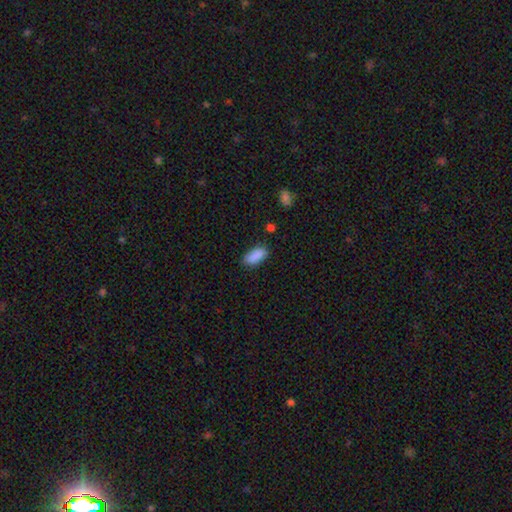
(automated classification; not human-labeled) Overall: smooth (89%). How rounded: in between (87%). Merging: none (81%).